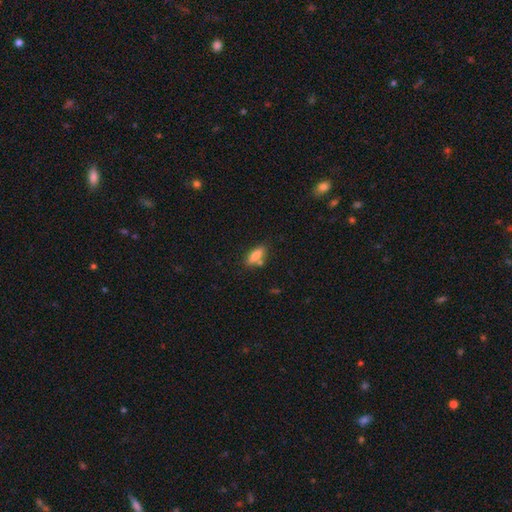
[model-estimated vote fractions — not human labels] The model was most divided on "how rounded": in between: 55%, cigar-shaped: 41%, round: 3%. More confident: smooth or featured — smooth (71%); merging — none (68%).